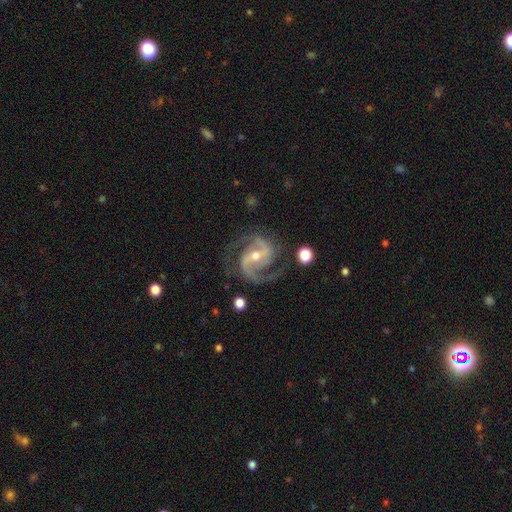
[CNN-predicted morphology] Smooth or featured?
  - featured or disk: 93% *
  - star or artifact: 4%
  - smooth: 3%
Edge-on disk?
  - no: 98% *
  - yes: 2%
Bar?
  - weak: 40% *
  - strong: 35%
  - no: 25%
Spiral arms?
  - yes: 98% *
  - no: 2%
Spiral winding?
  - medium: 61% *
  - tight: 23%
  - loose: 15%
Spiral arm count?
  - 2: 85% *
  - 3: 7%
  - can't tell: 2%
  - 1: 2%
  - 4: 2%
  - more than 4: 2%
Bulge size?
  - moderate: 58% *
  - small: 38%
  - large: 2%
  - none: 1%
  - dominant: 1%
Merging?
  - none: 76% *
  - minor disturbance: 15%
  - major disturbance: 7%
  - merger: 2%